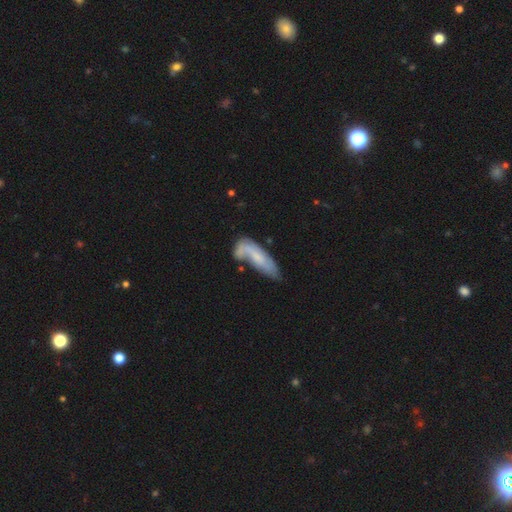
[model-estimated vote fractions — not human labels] Morphology: type=smooth (53%); roundness=in between (54%); merging=none (34%).